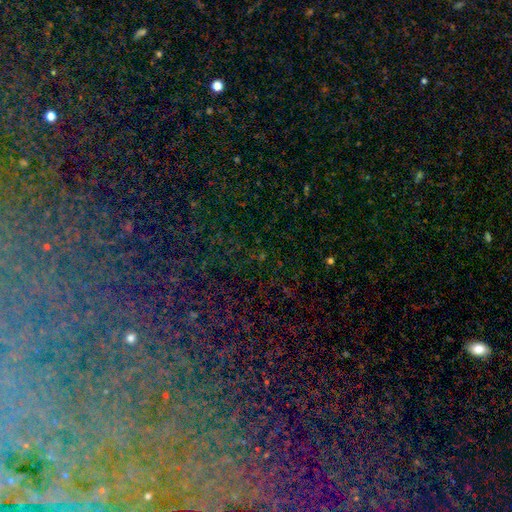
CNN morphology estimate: star or artifact 54%, featured or disk 28%, smooth 18%.